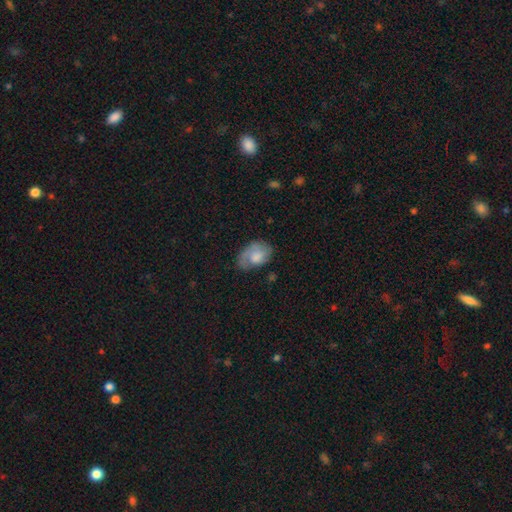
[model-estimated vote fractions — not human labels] Smooth or featured? smooth (61%)
How rounded? in between (84%)
Merging? none (52%)